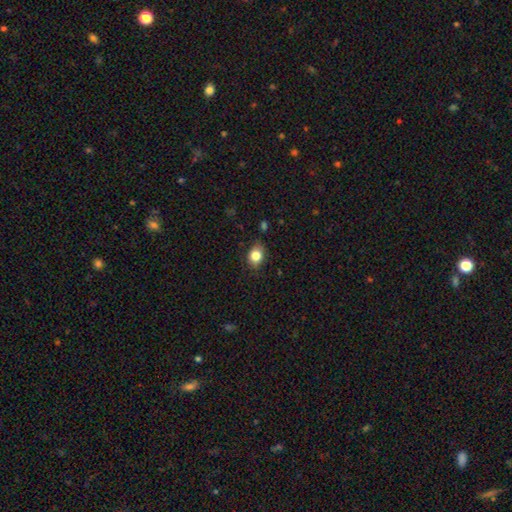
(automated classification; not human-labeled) Q: Smooth or featured?
A: smooth (84%); runner-up: star or artifact (10%)
Q: How rounded?
A: in between (56%); runner-up: round (43%)
Q: Merging?
A: none (82%); runner-up: minor disturbance (14%)